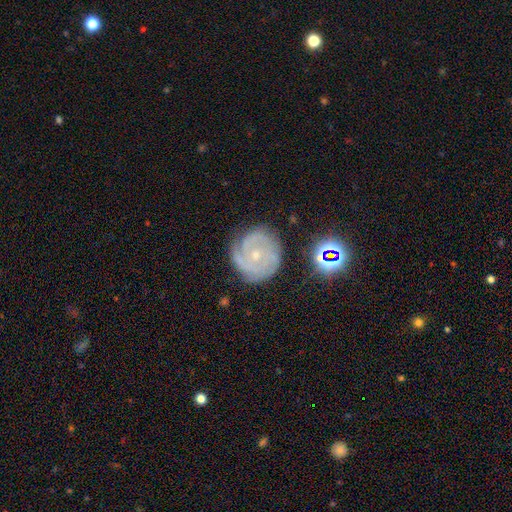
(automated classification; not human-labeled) smooth_or_featured: featured or disk (p=0.81) [alt: smooth p=0.11]
disk_edge_on: no (p=0.98) [alt: yes p=0.02]
bar: no (p=0.78) [alt: weak p=0.19]
has_spiral_arms: yes (p=0.95) [alt: no p=0.05]
spiral_winding: tight (p=0.72) [alt: medium p=0.23]
spiral_arm_count: 3 (p=0.36) [alt: can't tell p=0.25]
bulge_size: small (p=0.69) [alt: moderate p=0.28]
merging: none (p=0.74) [alt: minor disturbance p=0.18]